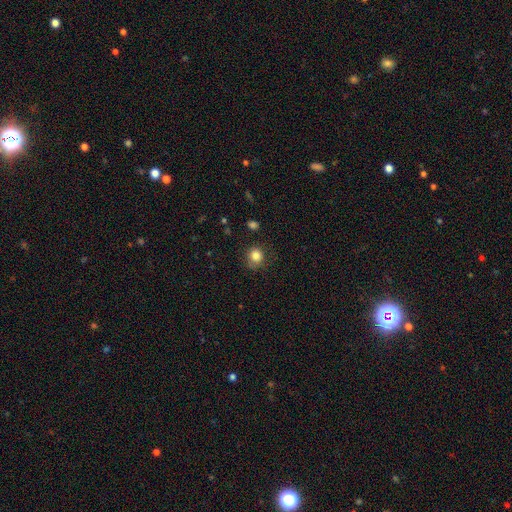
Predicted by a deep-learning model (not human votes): This appears to be a smooth galaxy with no disk features (83%) that is round (83%). Merging: none (76%).